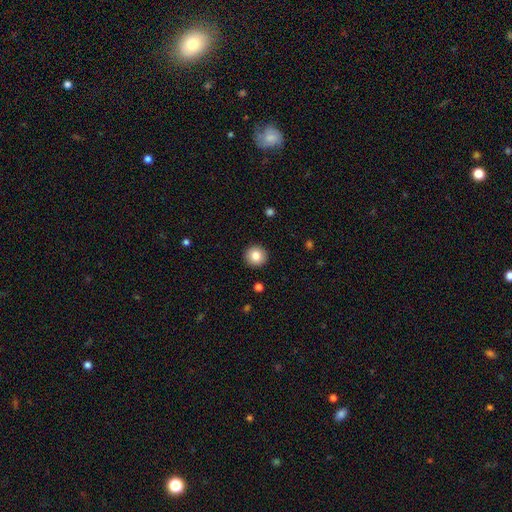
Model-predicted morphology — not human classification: This is clearly a smooth galaxy (84%). How rounded: clearly round (94%). Merging: clearly none (92%).